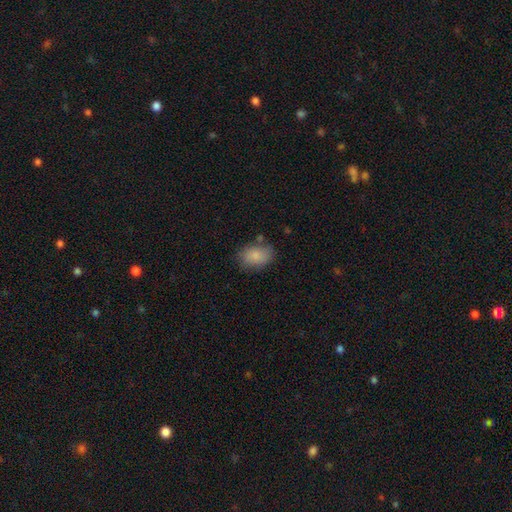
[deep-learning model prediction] Q: Smooth or featured?
A: smooth (84%); runner-up: featured or disk (8%)
Q: How rounded?
A: in between (78%); runner-up: round (20%)
Q: Merging?
A: none (71%); runner-up: minor disturbance (19%)